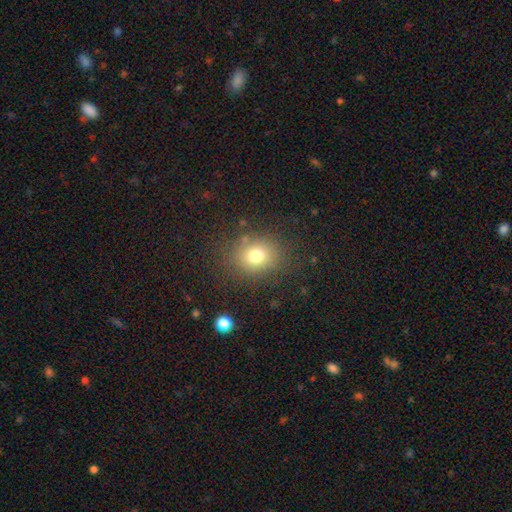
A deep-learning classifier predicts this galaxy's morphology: type=smooth (75%); roundness=round (68%); merging=none (81%).